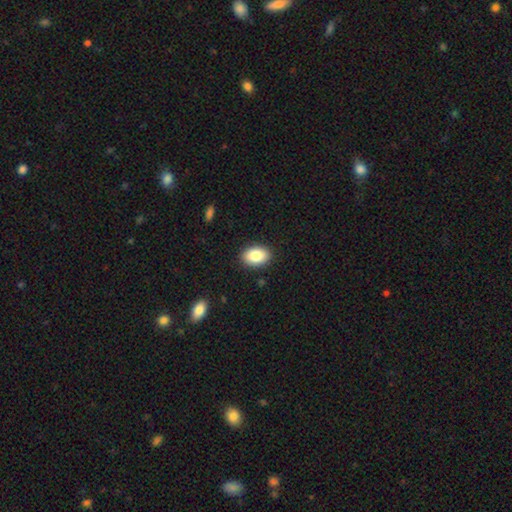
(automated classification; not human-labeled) Overall: smooth (85%). How rounded: in between (87%). Merging: none (89%).